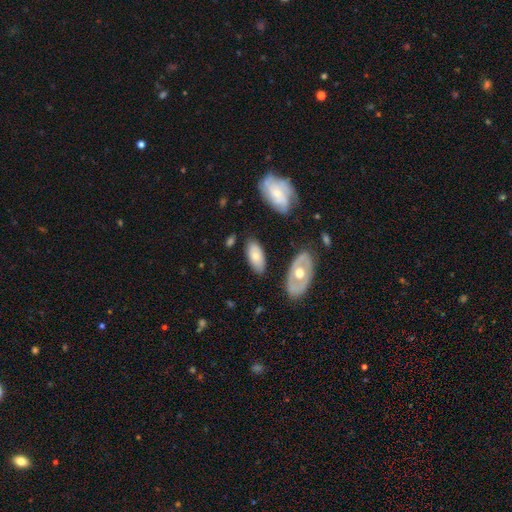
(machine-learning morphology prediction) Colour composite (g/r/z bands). It shows a smooth galaxy with no disk features (65%) that is in between round and cigar-shaped (91%). Merging: none (78%).